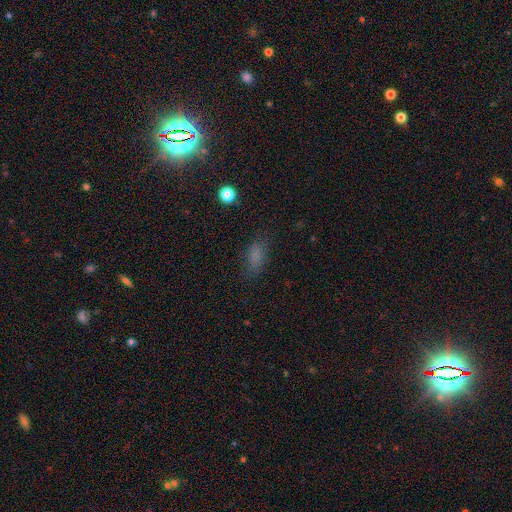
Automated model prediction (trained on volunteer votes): smooth 76%, star or artifact 16%, featured or disk 8%. Down the decision tree: how rounded — in between (81%); merging — none (73%).